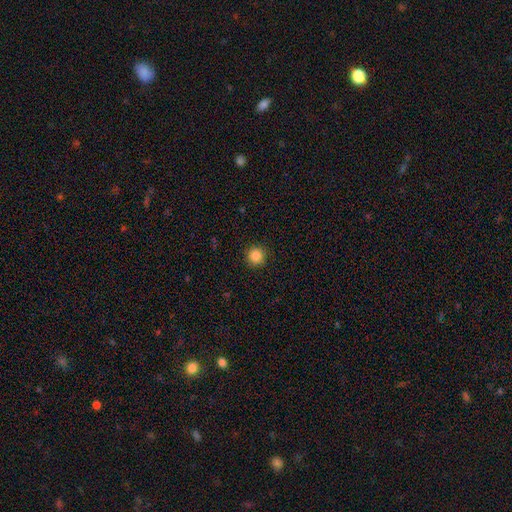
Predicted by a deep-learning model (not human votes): Overall: smooth (86%). How rounded: round (95%). Merging: none (91%).